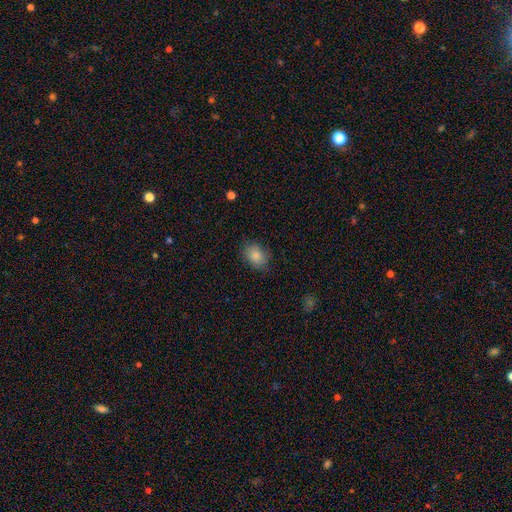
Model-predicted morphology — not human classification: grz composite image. It shows a smooth galaxy with no disk features (85%) that is in between round and cigar-shaped (69%). Merging: none (81%).